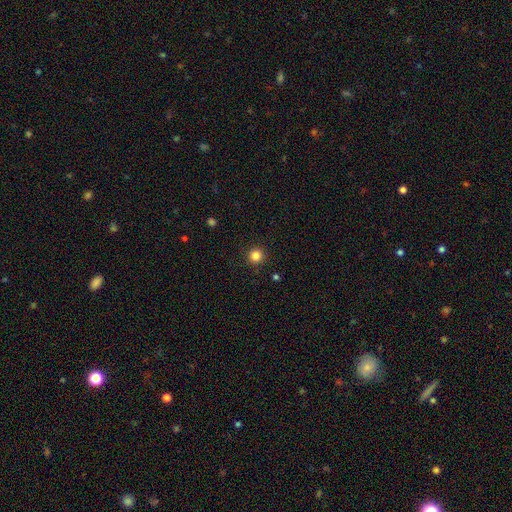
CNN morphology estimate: A smooth galaxy with no disk features (84%) that is round (95%).

Vote fractions:
- Smooth or featured? smooth: 84% / star or artifact: 12% / featured or disk: 4%
- How rounded? round: 95% / in between: 4% / cigar-shaped: 1%
- Merging? none: 93% / minor disturbance: 5% / major disturbance: 2% / merger: 1%